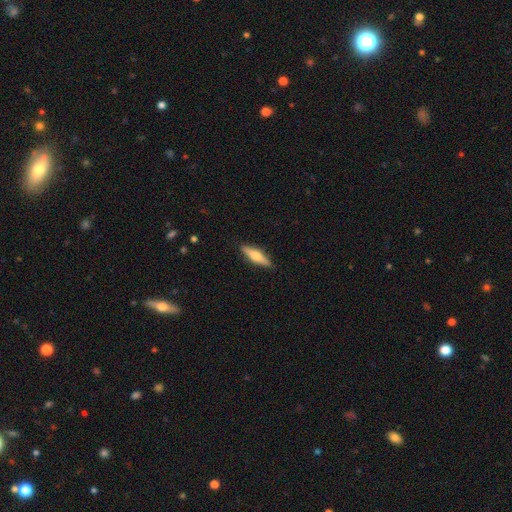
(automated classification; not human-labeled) Smooth or featured? Predicted: featured or disk (p=0.51). Edge-on disk? Predicted: yes (p=0.95). Merging? Predicted: none (p=0.89).